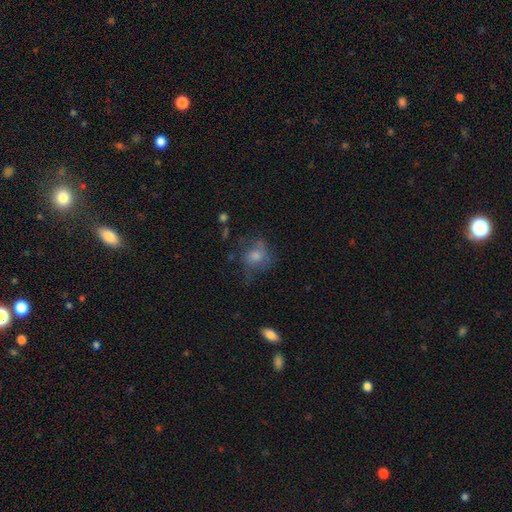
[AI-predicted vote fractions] smooth_or_featured: smooth (p=0.45) [alt: featured or disk p=0.39]
merging: none (p=0.51) [alt: minor disturbance p=0.23]